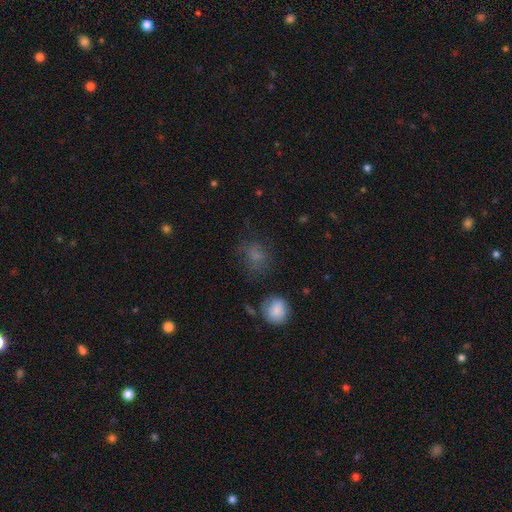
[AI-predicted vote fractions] Q: Smooth or featured?
A: smooth (70%); runner-up: star or artifact (19%)
Q: How rounded?
A: round (67%); runner-up: in between (31%)
Q: Merging?
A: none (61%); runner-up: minor disturbance (20%)